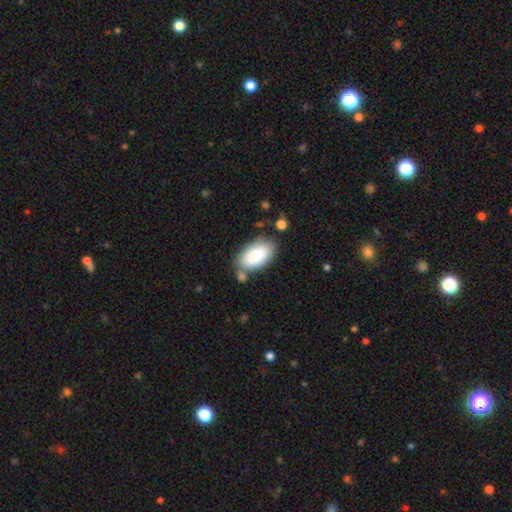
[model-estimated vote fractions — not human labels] Q: Smooth or featured?
A: smooth (87%); runner-up: featured or disk (7%)
Q: How rounded?
A: in between (95%); runner-up: round (3%)
Q: Merging?
A: none (66%); runner-up: minor disturbance (17%)